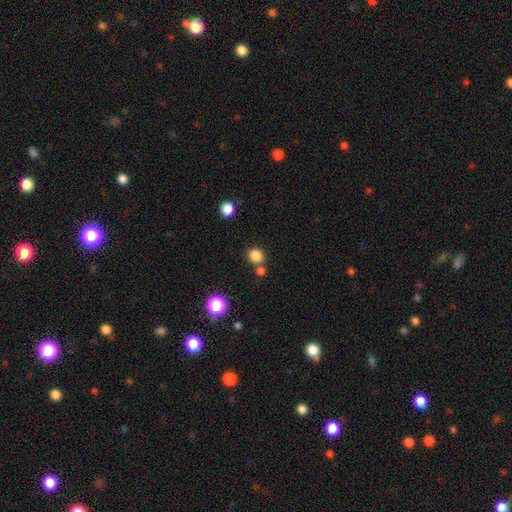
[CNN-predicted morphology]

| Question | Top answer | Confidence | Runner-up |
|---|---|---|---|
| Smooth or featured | smooth | 83% | star or artifact (13%) |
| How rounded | round | 82% | in between (17%) |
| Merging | none | 72% | merger (16%) |